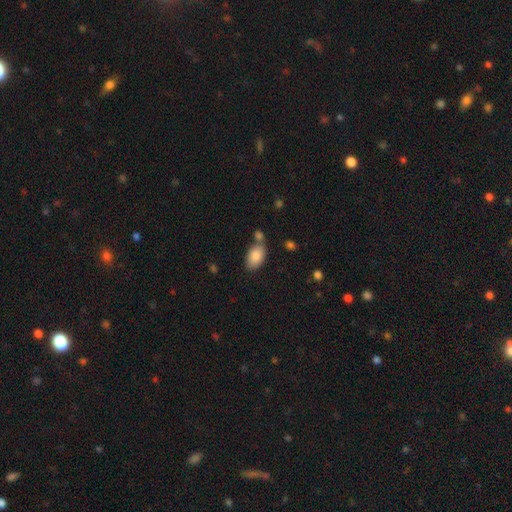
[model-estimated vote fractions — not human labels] Overall: smooth (85%). How rounded: in between (93%). Merging: none (63%).